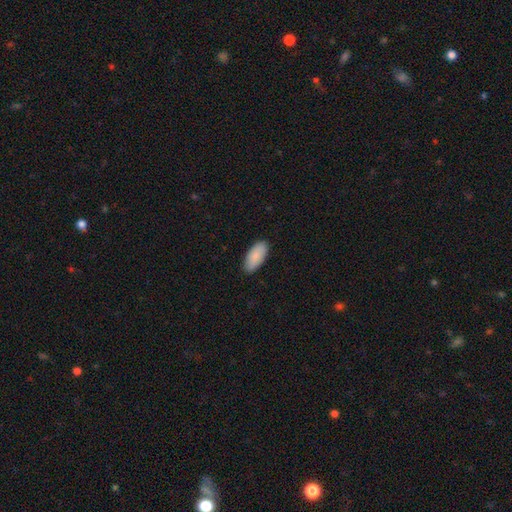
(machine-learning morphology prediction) Overall: smooth (89%). How rounded: in between (91%). Merging: none (87%).